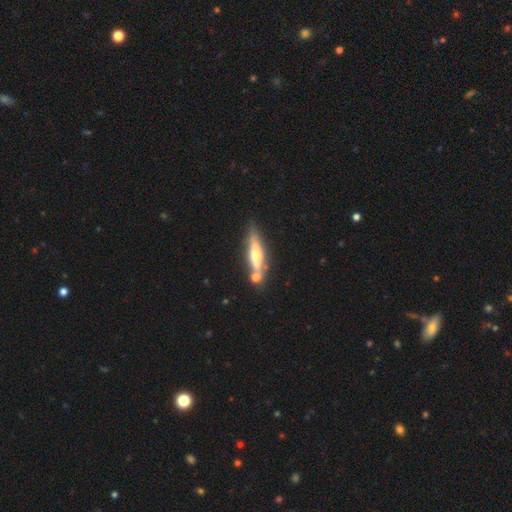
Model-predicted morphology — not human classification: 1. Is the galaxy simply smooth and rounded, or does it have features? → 50% featured or disk, 43% smooth, 7% star or artifact.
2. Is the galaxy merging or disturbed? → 66% none, 17% merger, 14% minor disturbance, 4% major disturbance.